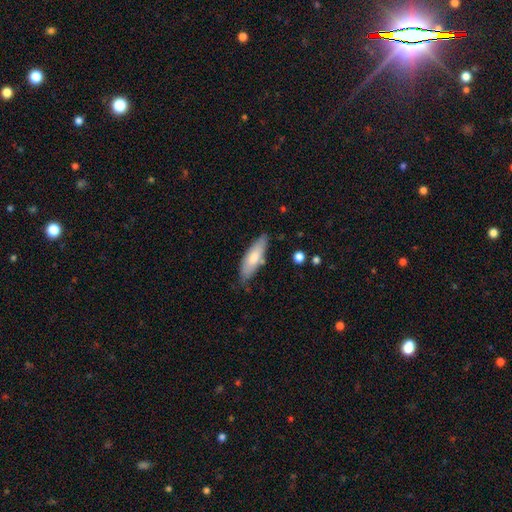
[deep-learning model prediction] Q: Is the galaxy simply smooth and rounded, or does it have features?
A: smooth — 70%.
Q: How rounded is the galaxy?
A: in between — 52%.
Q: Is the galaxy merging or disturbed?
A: none — 77%.